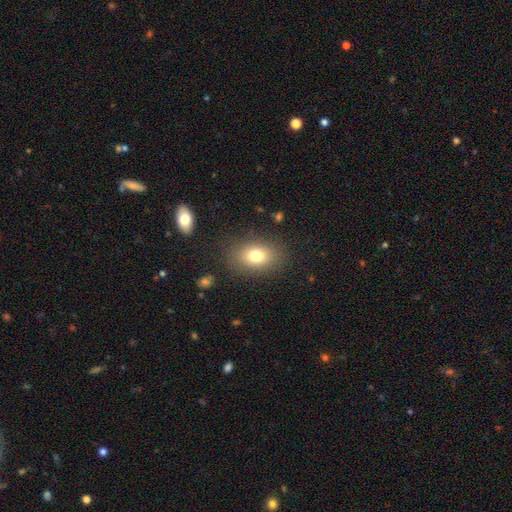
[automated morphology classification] A smooth galaxy with no disk features (77%) that is in between round and cigar-shaped (74%). Merging: none (83%).